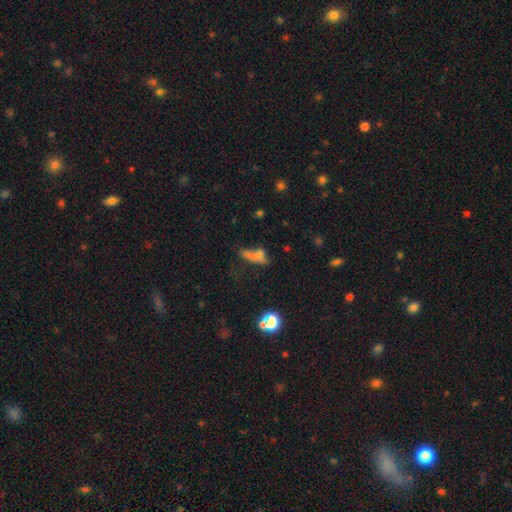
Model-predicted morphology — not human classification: Smooth or featured: smooth — 60% (featured or disk — 21%)
How rounded: in between — 47% (cigar-shaped — 42%)
Merging: none — 33% (merger — 31%)